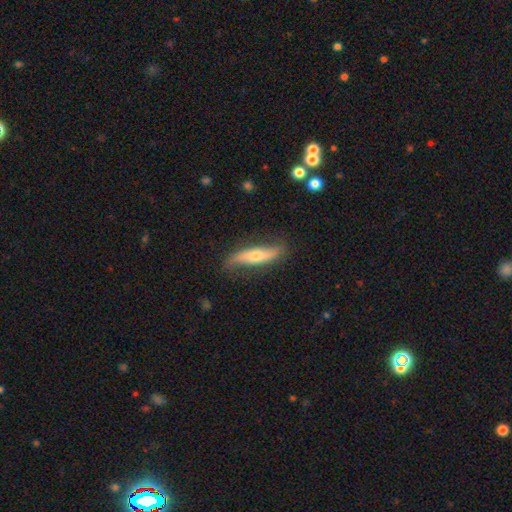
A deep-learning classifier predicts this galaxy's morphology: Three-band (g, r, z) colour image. It shows a featured or disk galaxy (65%). Merging: none (75%).